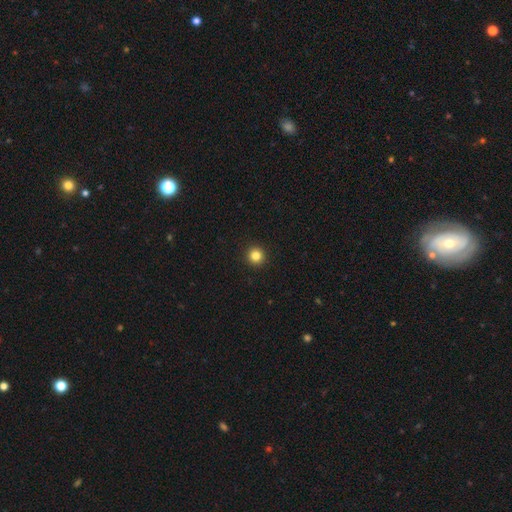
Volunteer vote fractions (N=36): Smooth or featured? 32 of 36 (89%) said smooth. How rounded? 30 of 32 (94%) said round. Merging? 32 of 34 (94%) said none.